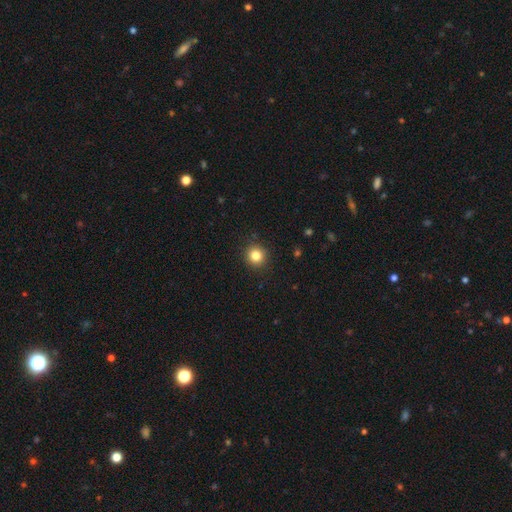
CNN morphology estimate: smooth 83%, star or artifact 12%, featured or disk 5%. Down the decision tree: how rounded — round (93%); merging — none (92%).